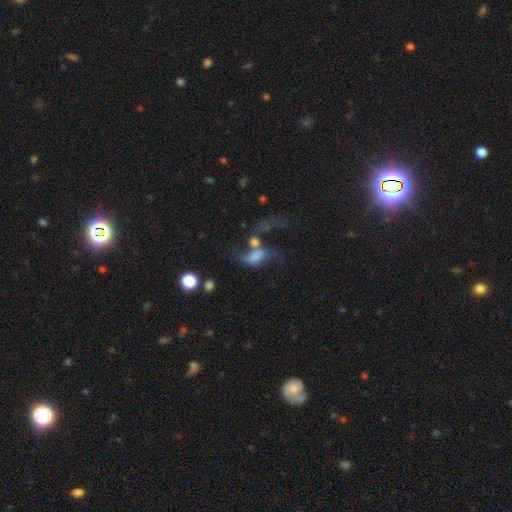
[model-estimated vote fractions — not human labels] smooth-or-featured: smooth: 48% | featured or disk: 37% | star or artifact: 14%
  merging: merger: 45% | major disturbance: 30% | none: 15% | minor disturbance: 9%